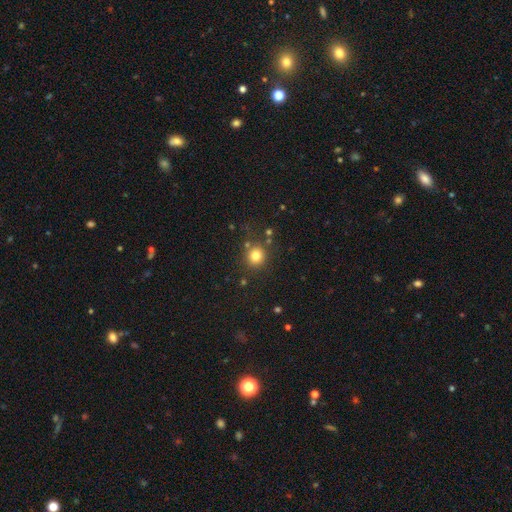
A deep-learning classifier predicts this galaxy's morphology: The model was most divided on "smooth or featured": smooth: 80%, star or artifact: 14%, featured or disk: 7%. More confident: how rounded — round (90%); merging — none (83%).